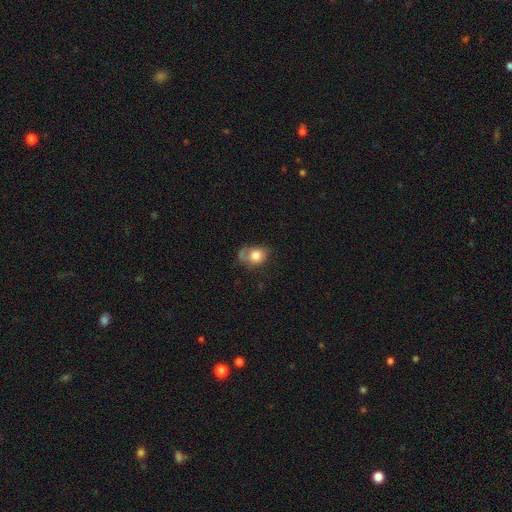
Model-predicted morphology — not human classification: The model was most divided on "how rounded": in between: 51%, round: 47%, cigar-shaped: 1%. Remaining: smooth or featured — smooth (74%); merging — none (40%).